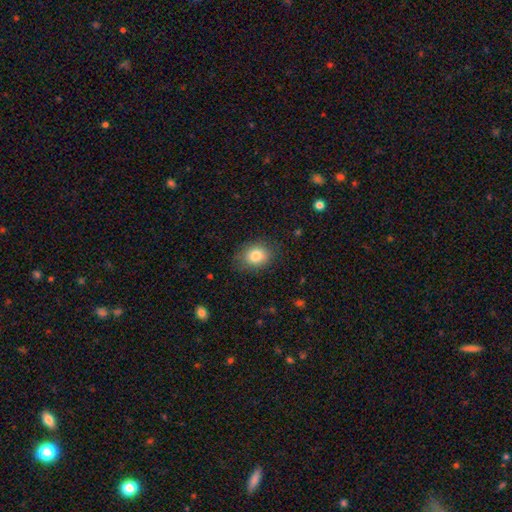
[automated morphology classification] smooth_or_featured: smooth (p=0.82) [alt: star or artifact p=0.09]
how_rounded: in between (p=0.51) [alt: round p=0.49]
merging: none (p=0.79) [alt: minor disturbance p=0.15]